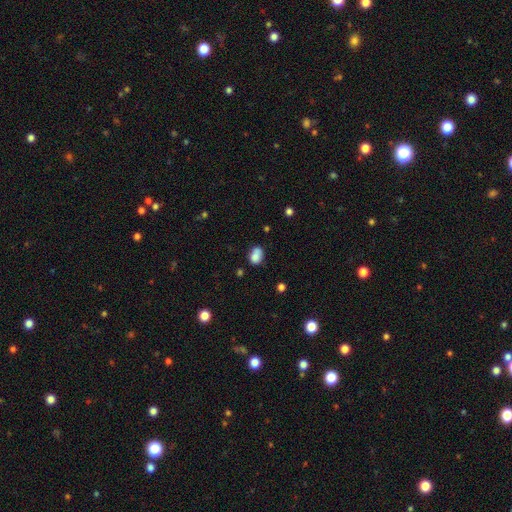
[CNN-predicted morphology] This is clearly a smooth galaxy (81%). How rounded: likely in between (72%). Merging: possibly none (58%).